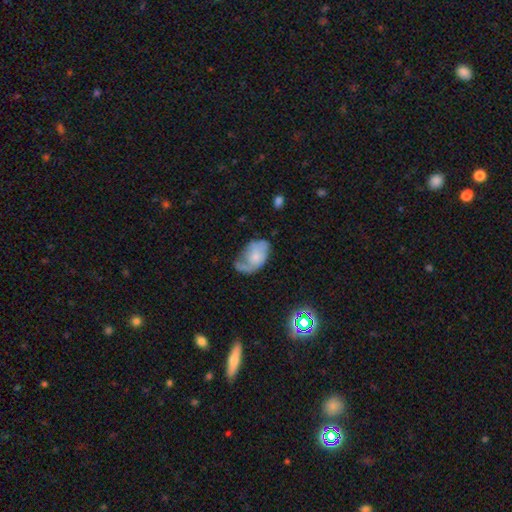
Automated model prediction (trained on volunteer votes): A featured or disk galaxy (50%). Merging: minor disturbance (35%).